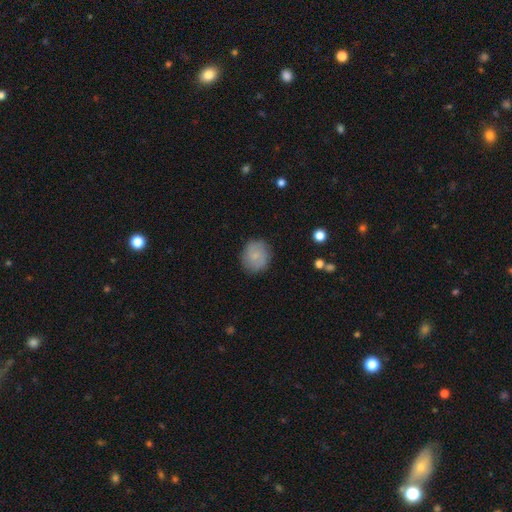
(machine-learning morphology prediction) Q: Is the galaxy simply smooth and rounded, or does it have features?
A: smooth — 69%.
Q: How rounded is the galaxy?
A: round — 81%.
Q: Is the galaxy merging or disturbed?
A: none — 83%.